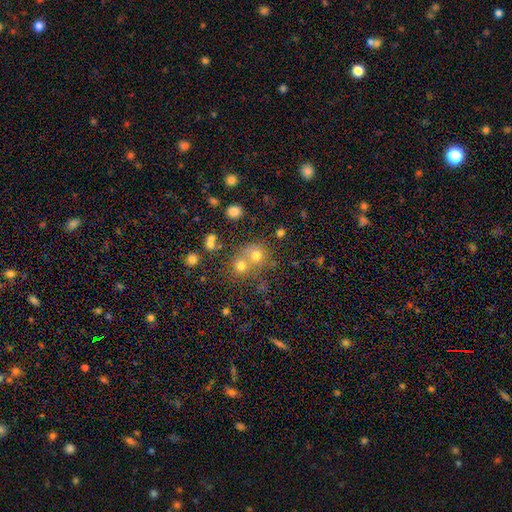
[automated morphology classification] The model was most divided on "merging": none: 53%, merger: 37%, minor disturbance: 7%, major disturbance: 3%. More confident: how rounded — round (85%); smooth or featured — smooth (56%).